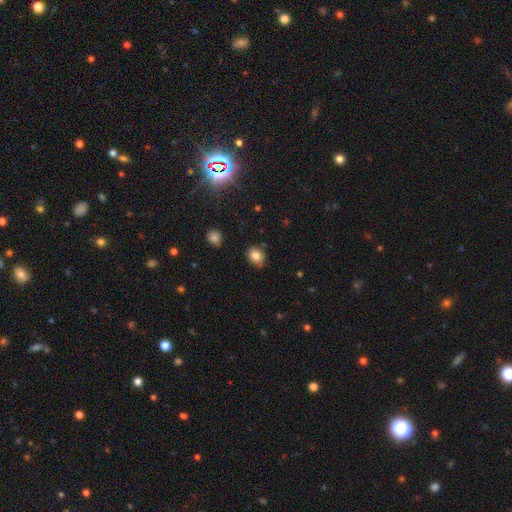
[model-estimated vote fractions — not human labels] Smooth or featured? smooth (83%)
How rounded? in between (57%)
Merging? none (77%)